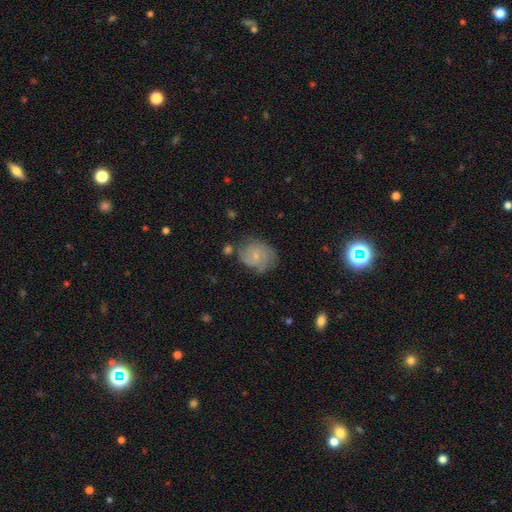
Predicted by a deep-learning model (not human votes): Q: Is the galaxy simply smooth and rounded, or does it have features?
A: featured or disk — 61%.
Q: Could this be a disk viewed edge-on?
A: no — 98%.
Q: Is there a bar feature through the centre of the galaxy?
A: no — 74%.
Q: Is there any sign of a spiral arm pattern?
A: yes — 87%.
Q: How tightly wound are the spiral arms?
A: tight — 52%.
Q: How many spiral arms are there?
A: can't tell — 34%.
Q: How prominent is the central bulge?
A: small — 75%.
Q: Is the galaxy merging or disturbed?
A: none — 64%.